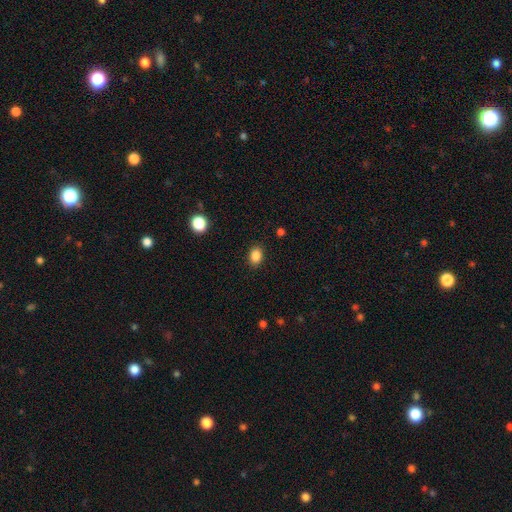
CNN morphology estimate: This appears to be a smooth galaxy with no disk features (87%) that is in between round and cigar-shaped (69%). Merging: none (88%).